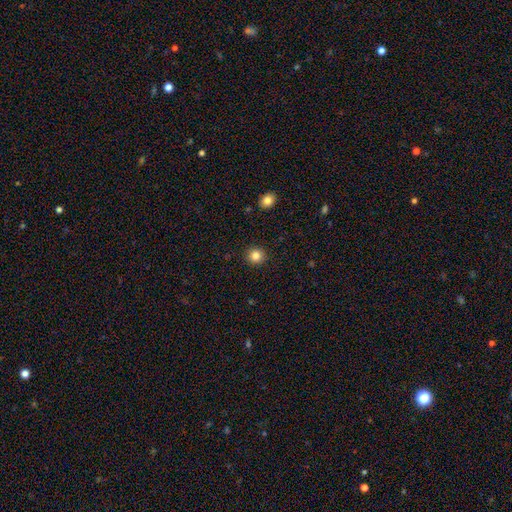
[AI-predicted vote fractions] Smooth or featured? smooth (84%)
How rounded? round (93%)
Merging? none (92%)